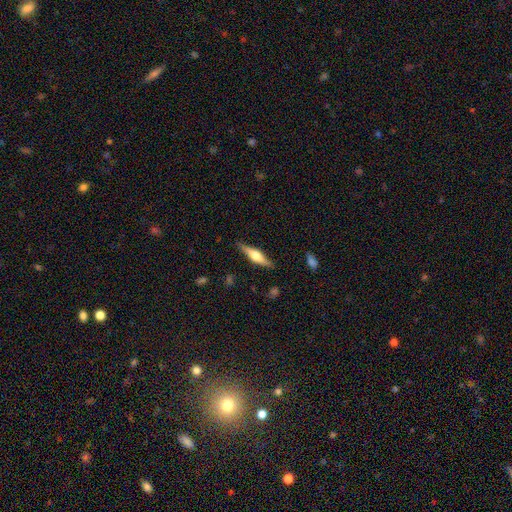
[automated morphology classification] type=featured or disk (65%); edge-on=yes (97%); edge-on bulge=rounded (92%); merging=none (88%).